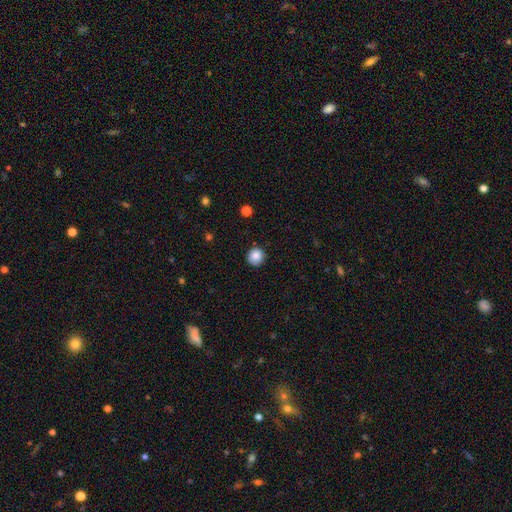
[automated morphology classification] This appears to be a smooth galaxy with no disk features (86%) that is round (93%). Merging: none (87%).